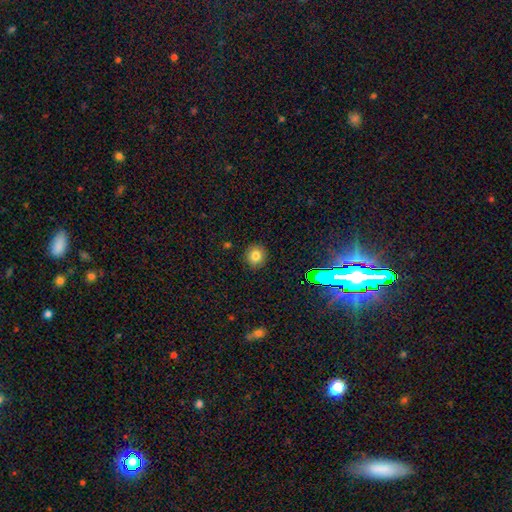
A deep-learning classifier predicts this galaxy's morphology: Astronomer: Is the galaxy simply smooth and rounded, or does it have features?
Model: smooth — 78%.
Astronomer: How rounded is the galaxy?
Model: round — 89%.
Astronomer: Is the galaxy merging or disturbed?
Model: none — 90%.